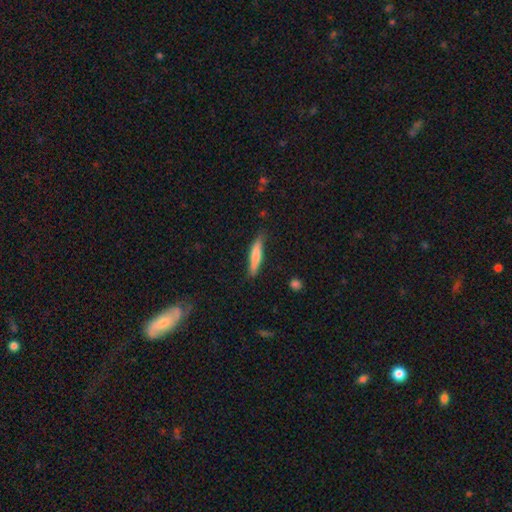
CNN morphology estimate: Smooth or featured? Predicted: smooth (p=0.72). How rounded? Predicted: cigar-shaped (p=0.87). Merging? Predicted: none (p=0.79).